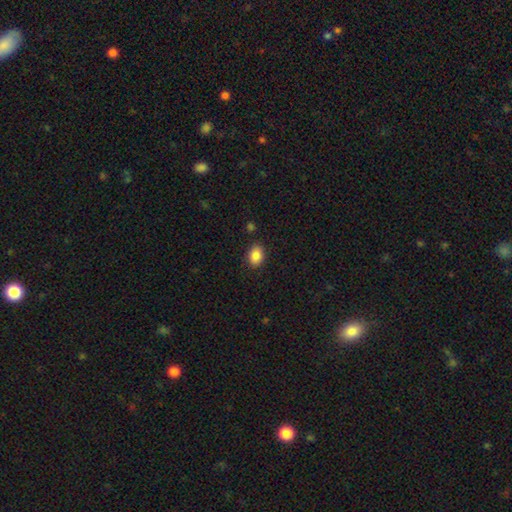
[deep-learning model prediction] Smooth or featured? smooth (87%)
How rounded? in between (75%)
Merging? none (86%)